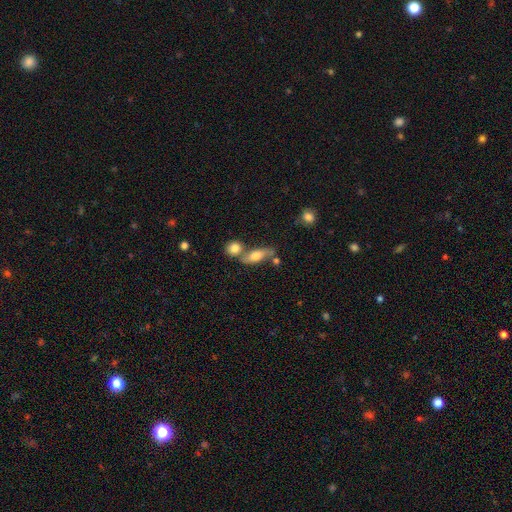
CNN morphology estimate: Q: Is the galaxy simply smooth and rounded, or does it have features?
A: smooth — 63%.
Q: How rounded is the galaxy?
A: in between — 61%.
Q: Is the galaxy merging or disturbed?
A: none — 47%.